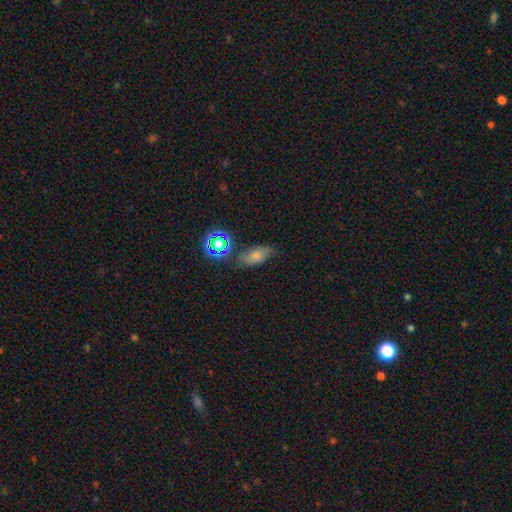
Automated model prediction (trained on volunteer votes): smooth-or-featured: smooth: 63% | featured or disk: 19% | star or artifact: 17%
  how-rounded: in between: 82% | cigar-shaped: 9% | round: 8%
  merging: none: 63% | minor disturbance: 25% | major disturbance: 7% | merger: 5%